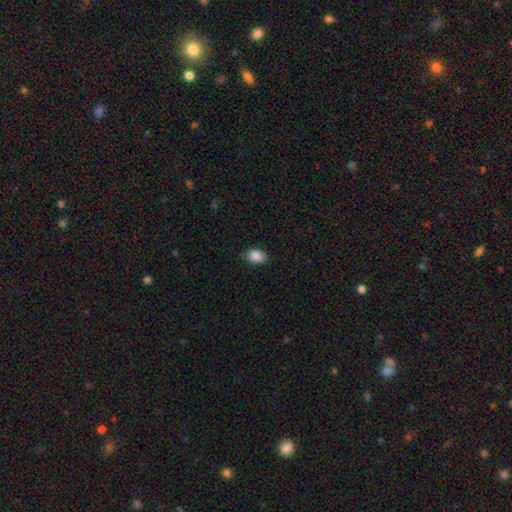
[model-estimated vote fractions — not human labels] A smooth galaxy with no disk features (87%) that is in between round and cigar-shaped (84%).

Vote fractions:
- Smooth or featured? smooth: 87% / star or artifact: 8% / featured or disk: 5%
- How rounded? in between: 84% / round: 14% / cigar-shaped: 1%
- Merging? none: 81% / minor disturbance: 15% / major disturbance: 3% / merger: 1%